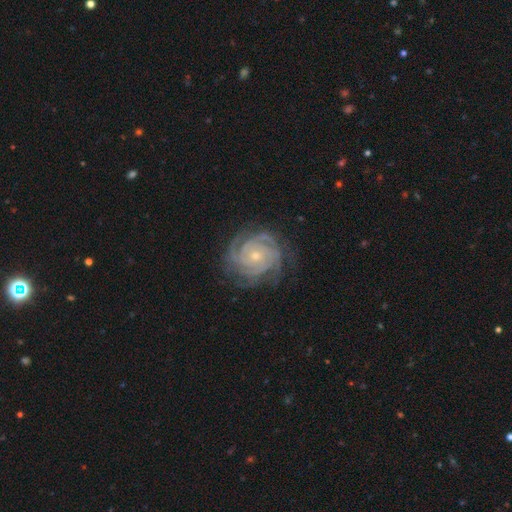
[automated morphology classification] The model was most divided on "spiral arm count": 4: 27%, 3: 26%, can't tell: 17%, 2: 12%, more than 4: 10%, 1: 7%. More confident: spiral arms — yes (98%); edge-on disk — no (98%); smooth or featured — featured or disk (91%); spiral winding — tight (82%); merging — none (79%); bar — no (77%); bulge size — small (67%).